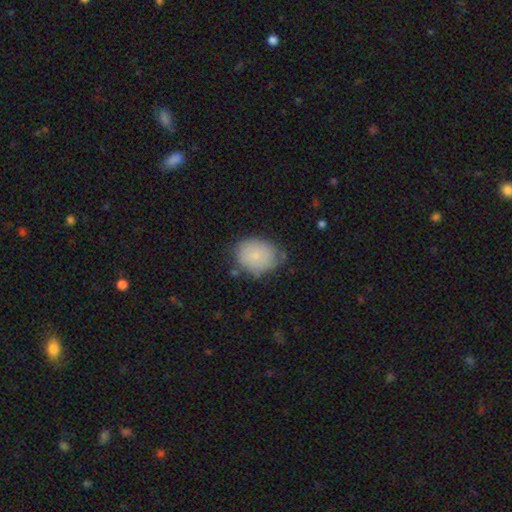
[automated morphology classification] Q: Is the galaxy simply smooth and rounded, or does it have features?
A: smooth — 77%.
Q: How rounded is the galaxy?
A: in between — 51%.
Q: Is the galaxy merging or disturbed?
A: none — 62%.